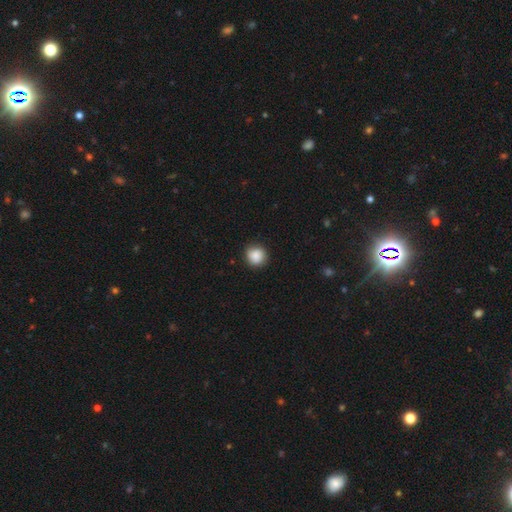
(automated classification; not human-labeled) smooth_or_featured: smooth (p=0.88) [alt: star or artifact p=0.08]
how_rounded: round (p=0.91) [alt: in between p=0.08]
merging: none (p=0.87) [alt: minor disturbance p=0.09]